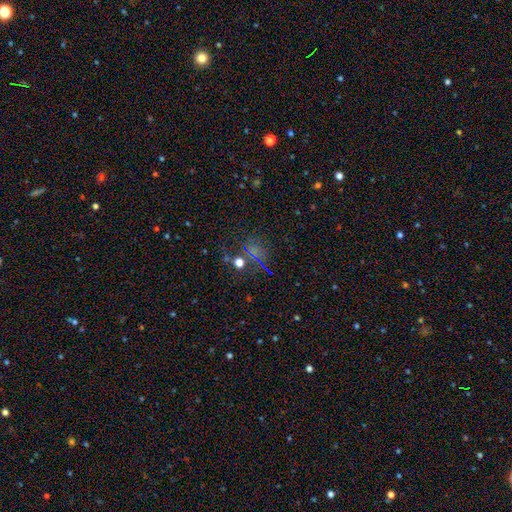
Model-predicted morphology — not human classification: smooth_or_featured: star or artifact (p=0.59) [alt: smooth p=0.30]